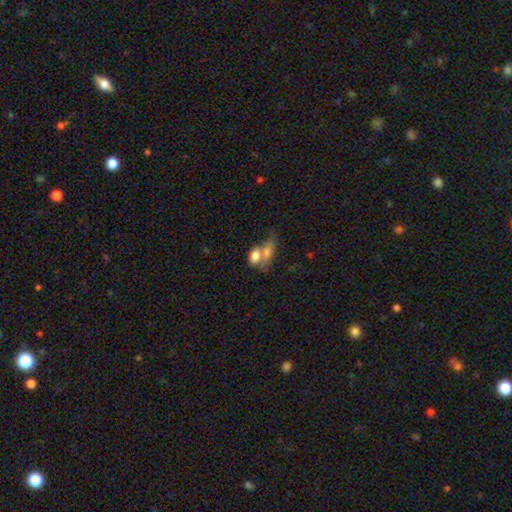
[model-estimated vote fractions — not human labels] smooth-or-featured: smooth: 73% | featured or disk: 18% | star or artifact: 9%
  how-rounded: in between: 79% | round: 17% | cigar-shaped: 3%
  merging: merger: 67% | none: 18% | minor disturbance: 8% | major disturbance: 7%